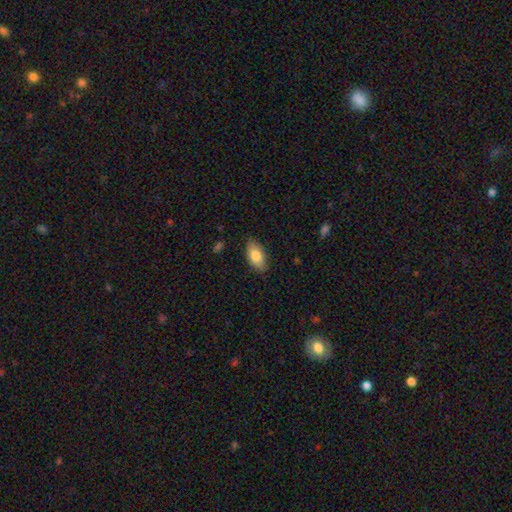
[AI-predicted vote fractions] This is clearly a smooth galaxy (82%). How rounded: clearly in between (92%). Merging: clearly none (86%).